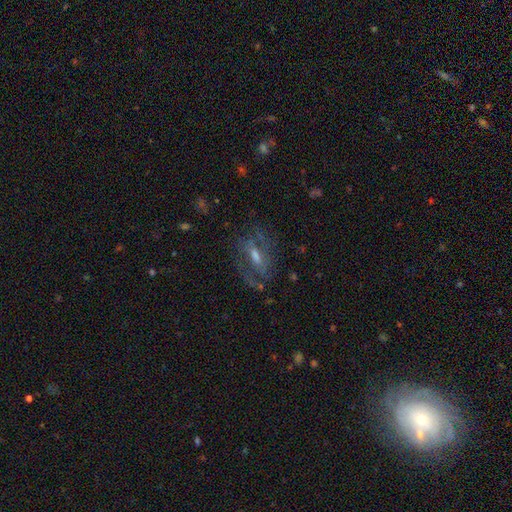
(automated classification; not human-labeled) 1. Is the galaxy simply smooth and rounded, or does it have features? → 70% featured or disk, 18% smooth, 12% star or artifact.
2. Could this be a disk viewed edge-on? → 87% no, 13% yes.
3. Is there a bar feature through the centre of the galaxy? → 44% weak, 29% no, 27% strong.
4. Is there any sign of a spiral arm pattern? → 76% yes, 24% no.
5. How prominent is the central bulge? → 52% moderate, 32% small, 8% large, 6% none, 2% dominant.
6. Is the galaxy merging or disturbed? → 64% none, 18% minor disturbance, 16% major disturbance, 2% merger.